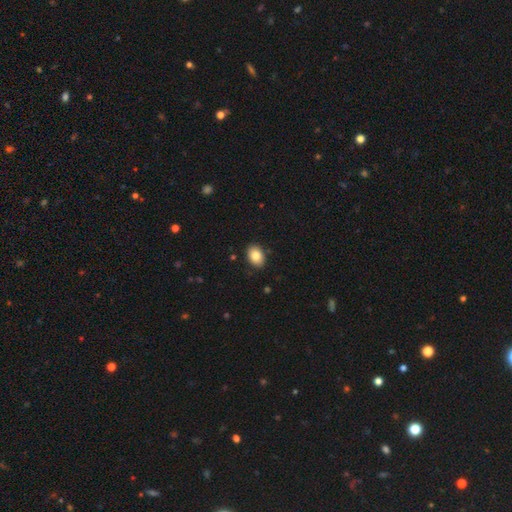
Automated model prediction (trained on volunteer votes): This appears to be a smooth galaxy with no disk features (84%) that is in between round and cigar-shaped (79%). Merging: none (88%).